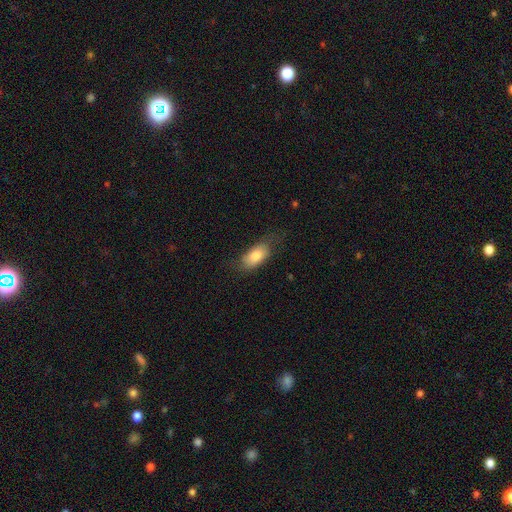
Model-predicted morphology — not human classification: Overall: smooth (80%). How rounded: in between (87%). Merging: none (64%; minor disturbance 25%).